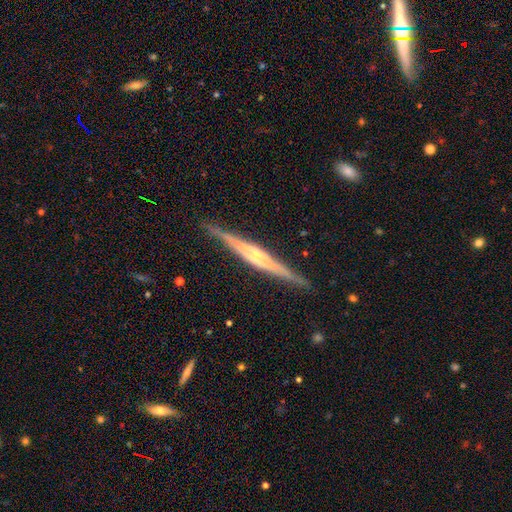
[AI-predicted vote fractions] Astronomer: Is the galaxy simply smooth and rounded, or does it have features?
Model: featured or disk — 80%.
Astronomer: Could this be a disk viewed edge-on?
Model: yes — 98%.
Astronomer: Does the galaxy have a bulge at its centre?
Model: rounded — 51% (runner-up: boxy, 30%).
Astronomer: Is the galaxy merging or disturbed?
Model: none — 88%.